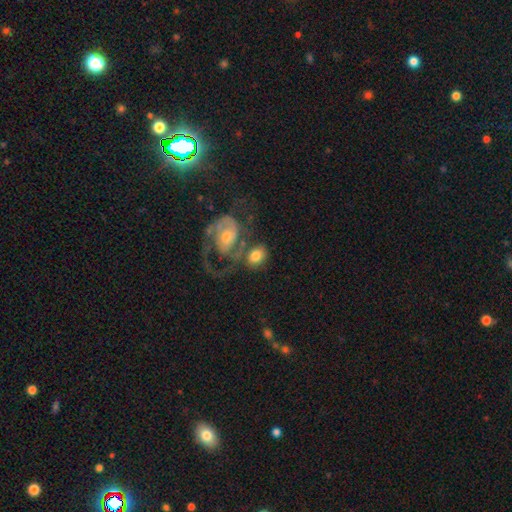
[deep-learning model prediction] The model was most divided on "merging": merger: 37%, none: 35%, minor disturbance: 14%, major disturbance: 14%. More confident: how rounded — in between (65%); smooth or featured — smooth (54%).